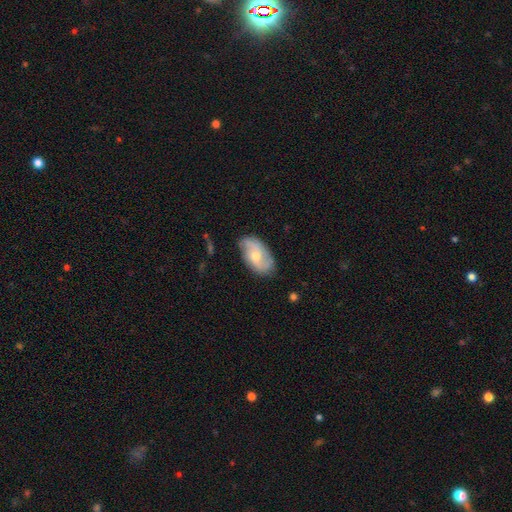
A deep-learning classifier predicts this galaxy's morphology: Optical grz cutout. It shows a featured or disk galaxy (57%) with no bar (62%), spiral arms (79%) and a moderate central bulge (67%). Merging: none (75%).